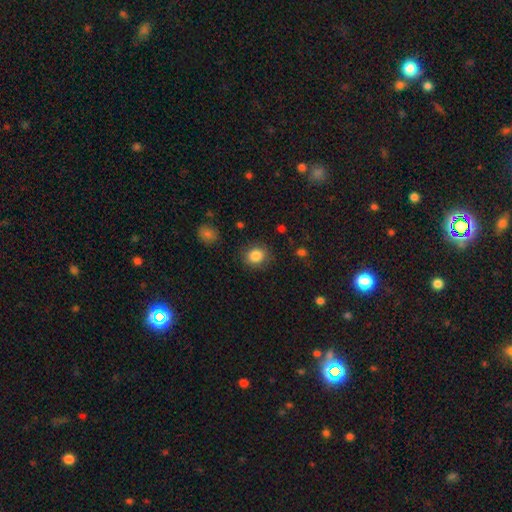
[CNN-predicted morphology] smooth-or-featured: smooth: 84% | star or artifact: 10% | featured or disk: 6%
  how-rounded: round: 70% | in between: 29% | cigar-shaped: 1%
  merging: none: 85% | minor disturbance: 10% | major disturbance: 3% | merger: 2%